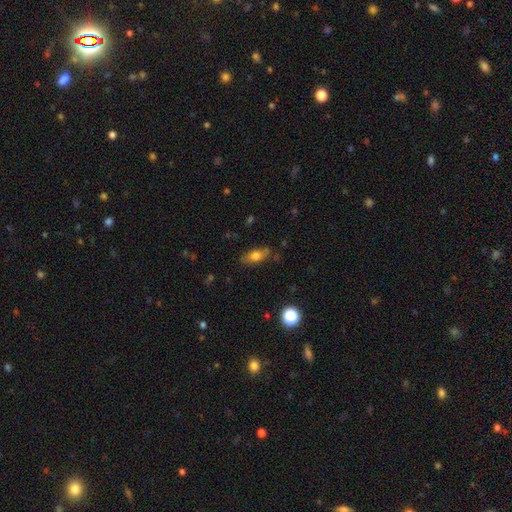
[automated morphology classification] A smooth galaxy with no disk features (68%) that is in between round and cigar-shaped (76%). Merging: none (75%).